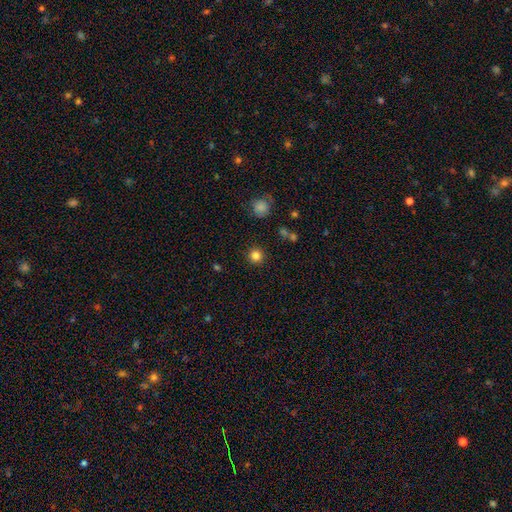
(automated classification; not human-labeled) smooth 83%, star or artifact 13%, featured or disk 5%. Down the decision tree: how rounded — round (95%); merging — none (90%).